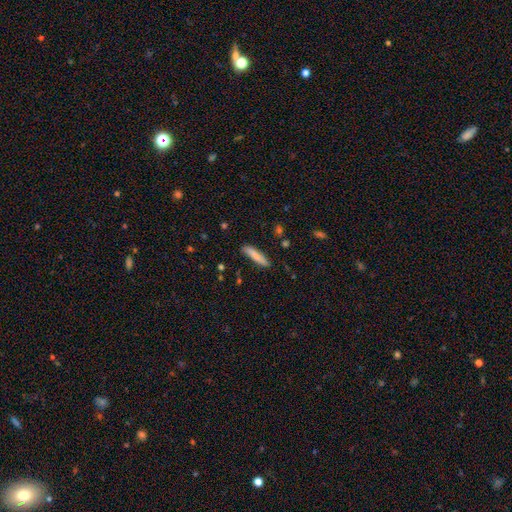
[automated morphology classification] A smooth galaxy with no disk features (79%) that is cigar-shaped (87%). Merging: none (85%).